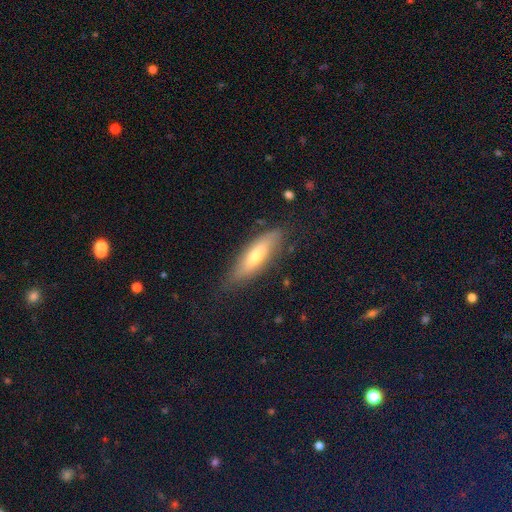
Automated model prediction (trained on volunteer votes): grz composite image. It shows a smooth galaxy with no disk features (49%). Merging: none (77%).